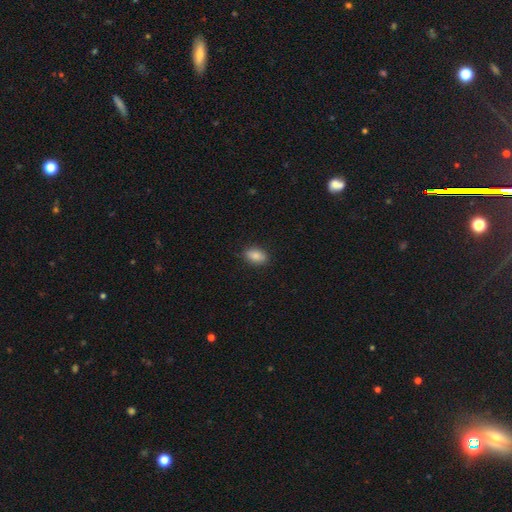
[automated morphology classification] Smooth or featured? smooth (86%)
How rounded? in between (89%)
Merging? none (87%)